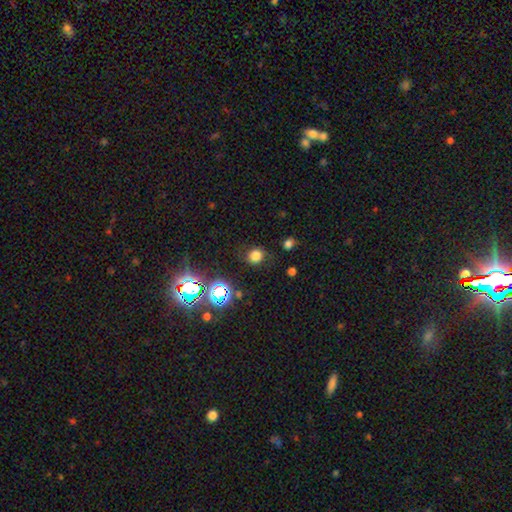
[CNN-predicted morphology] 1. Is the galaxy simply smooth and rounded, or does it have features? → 73% smooth, 20% star or artifact, 7% featured or disk.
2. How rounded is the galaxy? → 83% round, 16% in between, 1% cigar-shaped.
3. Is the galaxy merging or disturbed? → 77% none, 15% minor disturbance, 6% major disturbance, 2% merger.